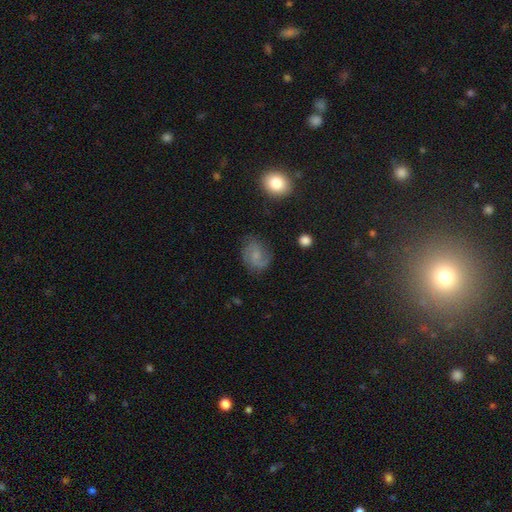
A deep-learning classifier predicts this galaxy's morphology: Smooth or featured? featured or disk (53%)
Edge-on disk? no (97%)
Bar? no (63%)
Spiral arms? yes (89%)
Bulge size? small (51%)
Merging? none (67%)